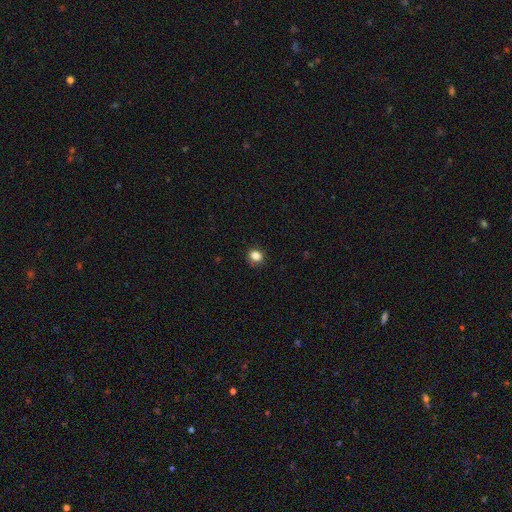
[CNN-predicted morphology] Smooth or featured? smooth (84%)
How rounded? round (70%)
Merging? none (87%)